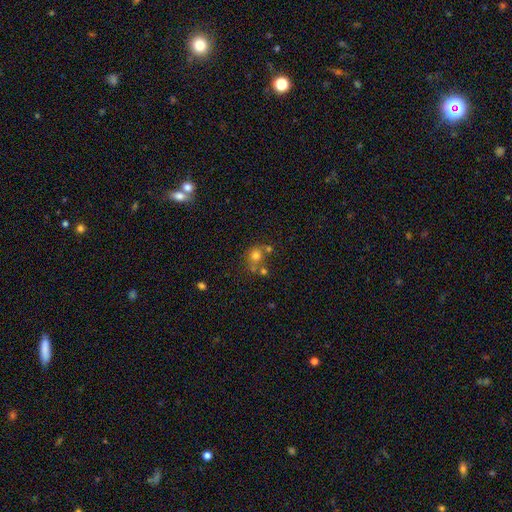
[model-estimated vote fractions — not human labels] smooth_or_featured: smooth (p=0.71) [alt: star or artifact p=0.16]
how_rounded: round (p=0.82) [alt: in between p=0.17]
merging: none (p=0.54) [alt: merger p=0.29]